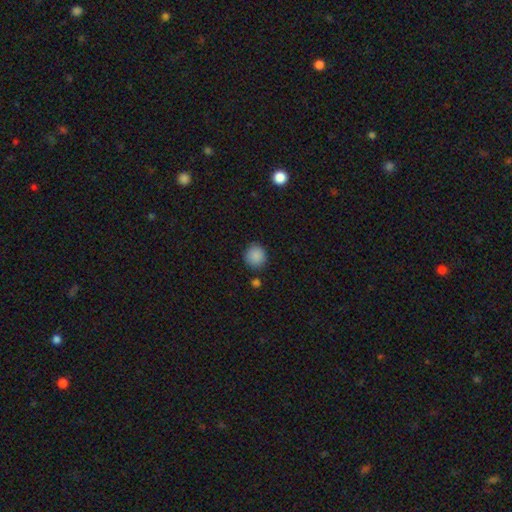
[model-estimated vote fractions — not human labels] Q: Smooth or featured?
A: smooth (88%); runner-up: star or artifact (9%)
Q: How rounded?
A: round (89%); runner-up: in between (10%)
Q: Merging?
A: none (85%); runner-up: minor disturbance (9%)